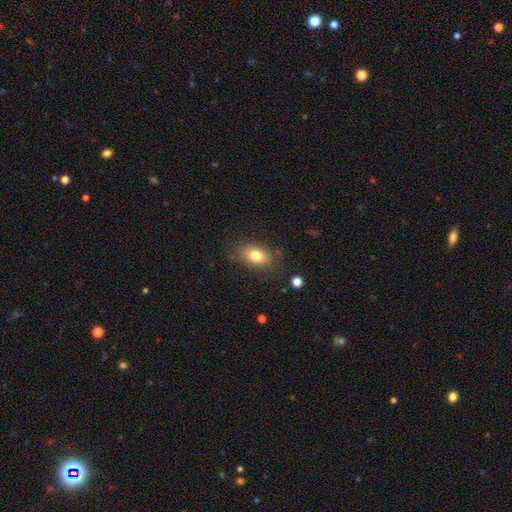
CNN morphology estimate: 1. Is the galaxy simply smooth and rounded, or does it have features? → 80% smooth, 11% featured or disk, 9% star or artifact.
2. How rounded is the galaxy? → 83% in between, 15% round, 2% cigar-shaped.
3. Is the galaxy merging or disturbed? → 81% none, 13% minor disturbance, 4% major disturbance, 2% merger.